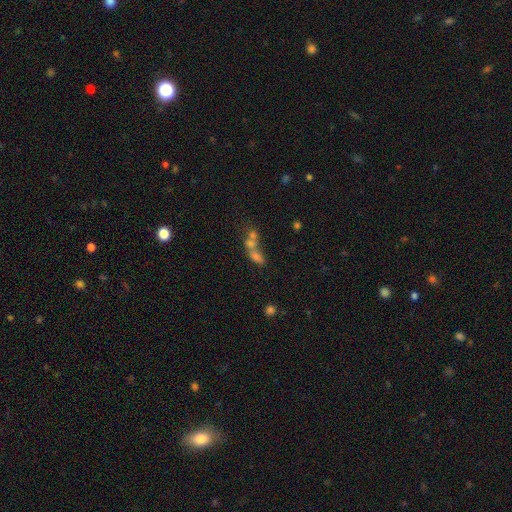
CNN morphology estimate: The model was most divided on "smooth or featured": smooth: 56%, featured or disk: 26%, star or artifact: 18%. More confident: merging — merger (64%); how rounded — in between (60%).